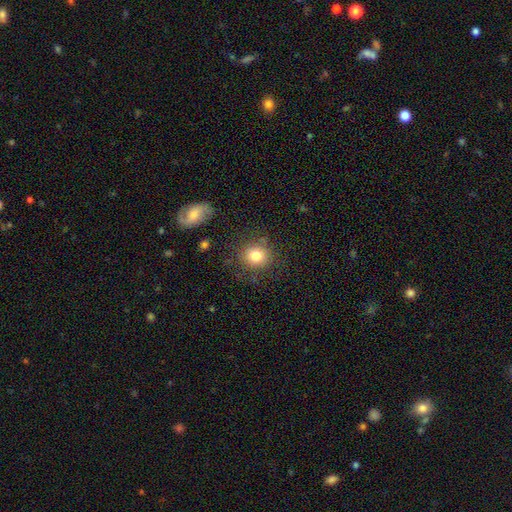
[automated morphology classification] This is clearly a smooth galaxy (81%). How rounded: clearly round (81%). Merging: clearly none (82%).